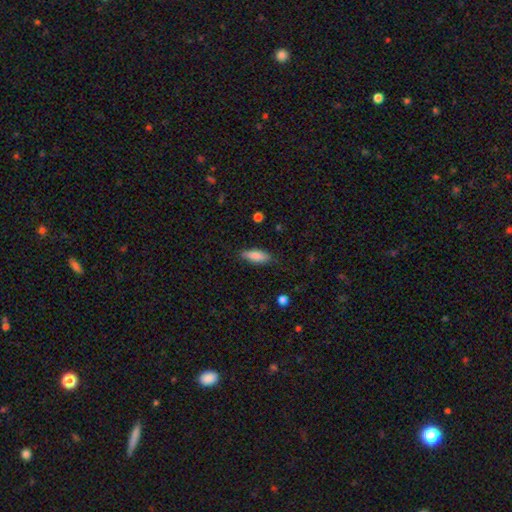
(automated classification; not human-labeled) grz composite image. It shows a smooth galaxy with no disk features (85%) that is in between round and cigar-shaped (68%). Merging: none (78%).